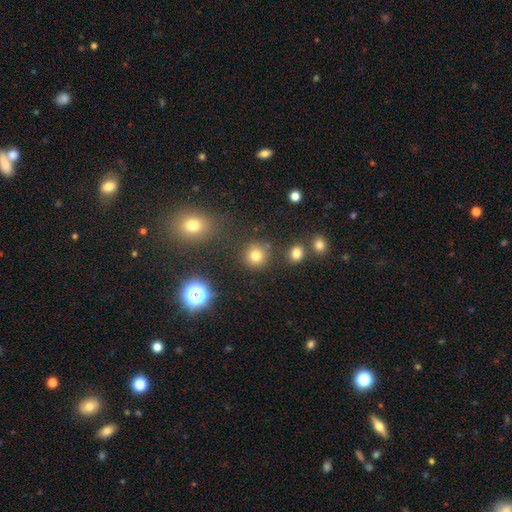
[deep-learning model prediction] This is likely a smooth galaxy (77%). How rounded: clearly round (92%). Merging: clearly none (84%).